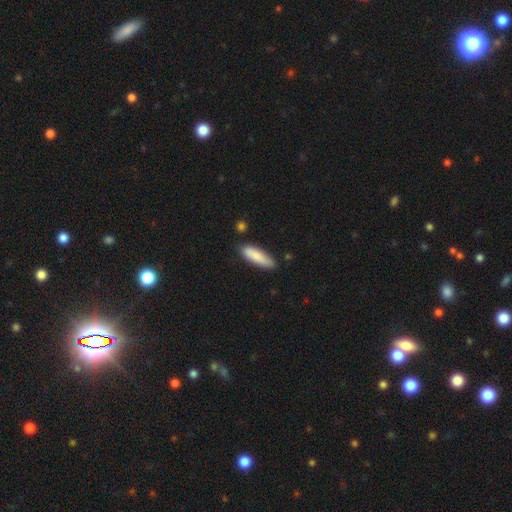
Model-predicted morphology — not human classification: The model was most divided on "how rounded": cigar-shaped: 58%, in between: 41%, round: 2%. More confident: smooth or featured — smooth (83%); merging — none (78%).